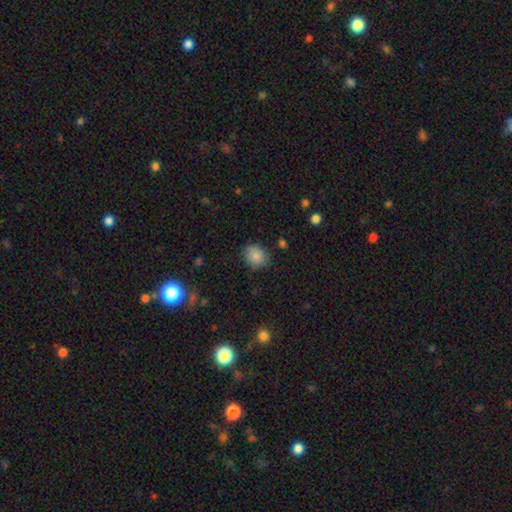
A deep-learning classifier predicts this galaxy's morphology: smooth-or-featured: smooth: 85% | star or artifact: 9% | featured or disk: 6%
  how-rounded: round: 70% | in between: 29% | cigar-shaped: 1%
  merging: none: 83% | minor disturbance: 12% | major disturbance: 3% | merger: 1%